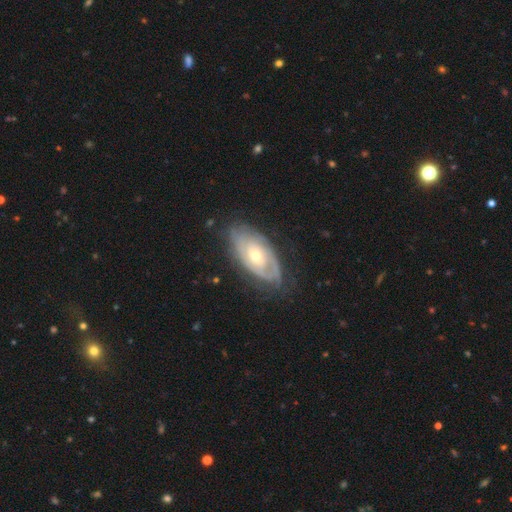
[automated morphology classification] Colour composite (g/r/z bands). It shows a featured or disk galaxy (78%) with no bar (68%), tight (69%) spiral arms (86%) and a moderate central bulge (55%). Merging: none (73%).